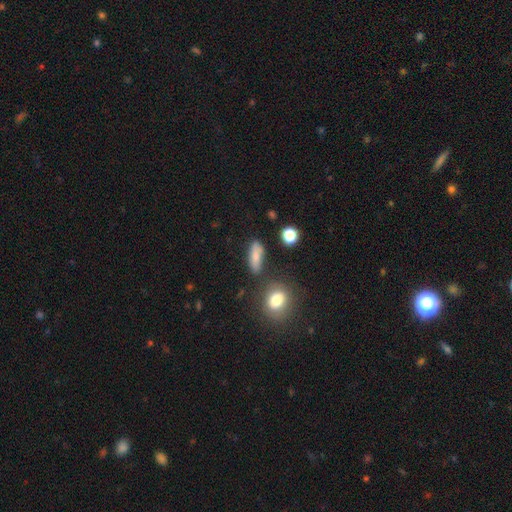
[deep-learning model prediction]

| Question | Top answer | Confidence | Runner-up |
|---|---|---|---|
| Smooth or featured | smooth | 79% | featured or disk (11%) |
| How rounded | in between | 54% | cigar-shaped (38%) |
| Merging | none | 70% | minor disturbance (17%) |